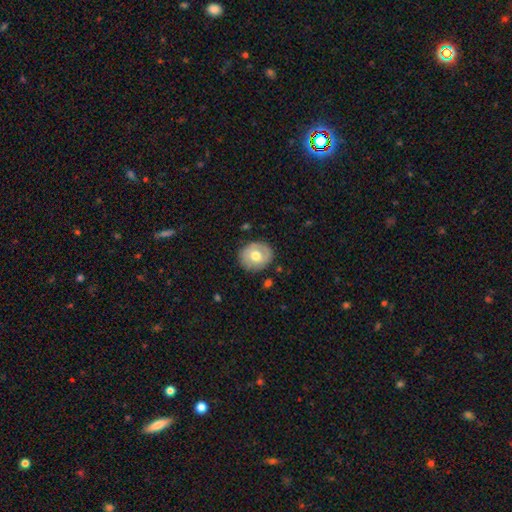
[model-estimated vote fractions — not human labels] Smooth or featured? Predicted: smooth (p=0.56). How rounded? Predicted: round (p=0.73). Merging? Predicted: none (p=0.82).